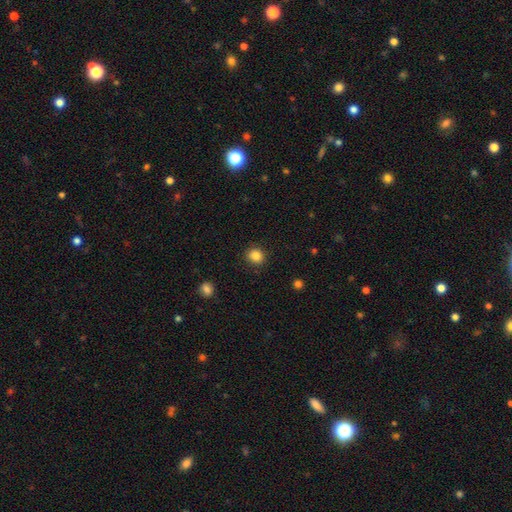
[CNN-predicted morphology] Smooth or featured?
  - smooth: 85% *
  - star or artifact: 11%
  - featured or disk: 4%
How rounded?
  - round: 82% *
  - in between: 17%
  - cigar-shaped: 1%
Merging?
  - none: 90% *
  - minor disturbance: 7%
  - major disturbance: 2%
  - merger: 1%